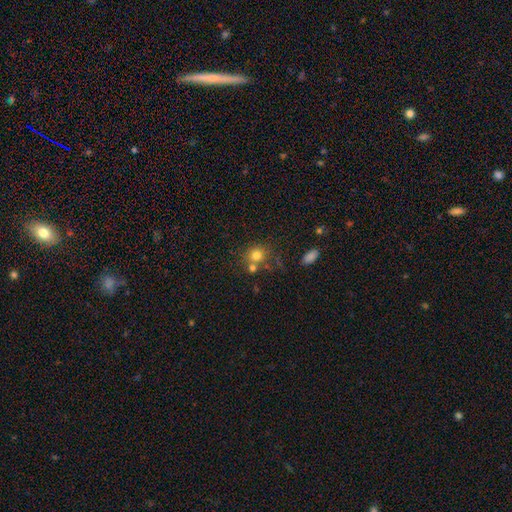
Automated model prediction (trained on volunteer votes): Morphology: type=smooth (76%); roundness=round (82%); merging=none (57%).